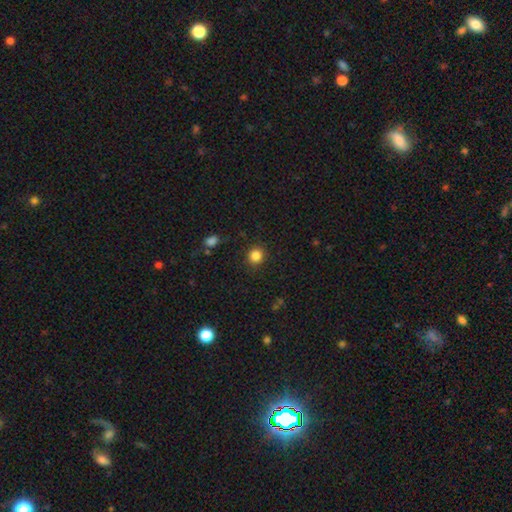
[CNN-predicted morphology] type=smooth (85%); roundness=round (89%); merging=none (89%).